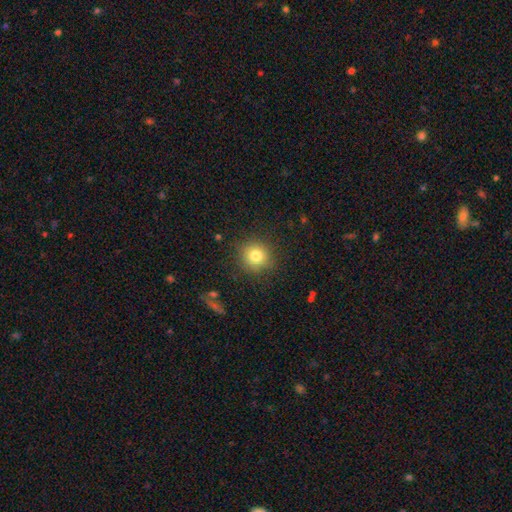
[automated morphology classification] Overall: smooth (80%). How rounded: round (91%). Merging: none (87%).